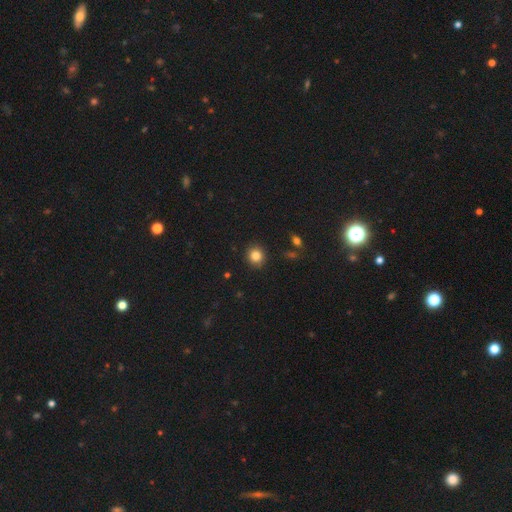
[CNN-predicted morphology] Smooth or featured? Predicted: smooth (p=0.84). How rounded? Predicted: round (p=0.86). Merging? Predicted: none (p=0.90).